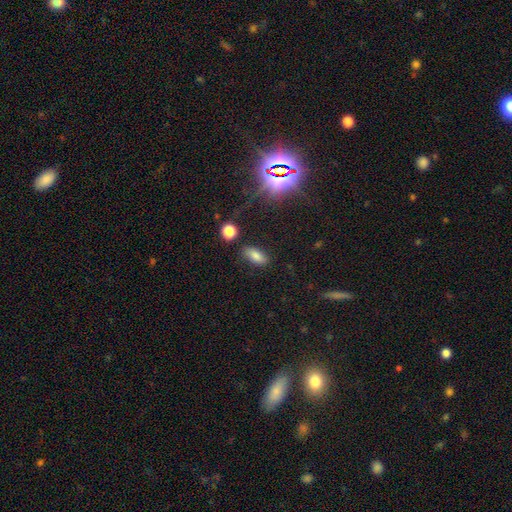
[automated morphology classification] The model was most divided on "smooth or featured": smooth: 79%, star or artifact: 12%, featured or disk: 8%. More confident: how rounded — in between (84%); merging — none (83%).